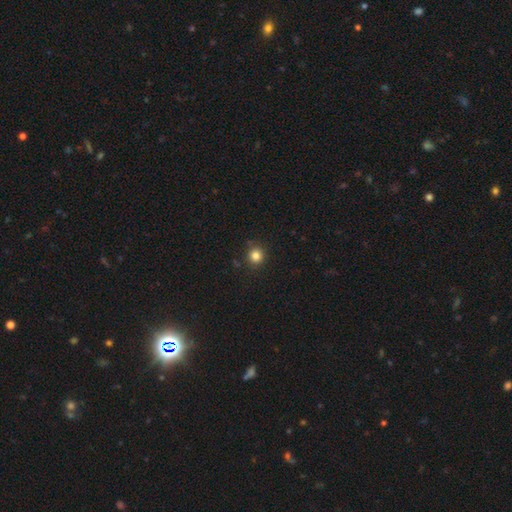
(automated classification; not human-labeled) A smooth galaxy with no disk features (83%) that is round (92%).

Vote fractions:
- Smooth or featured? smooth: 83% / star or artifact: 13% / featured or disk: 4%
- How rounded? round: 92% / in between: 7% / cigar-shaped: 1%
- Merging? none: 88% / minor disturbance: 8% / major disturbance: 2% / merger: 2%